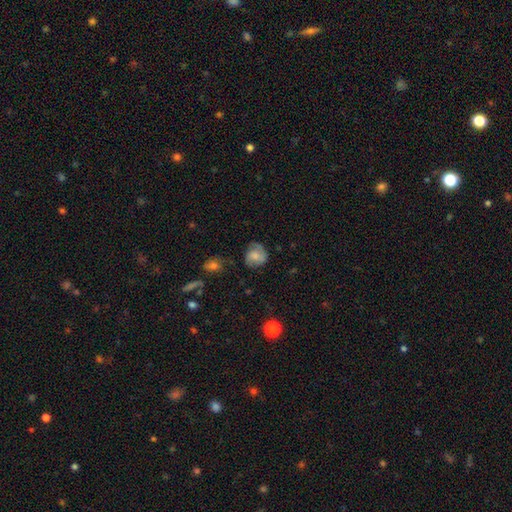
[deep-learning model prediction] A smooth galaxy with no disk features (48%). Merging: none (66%).